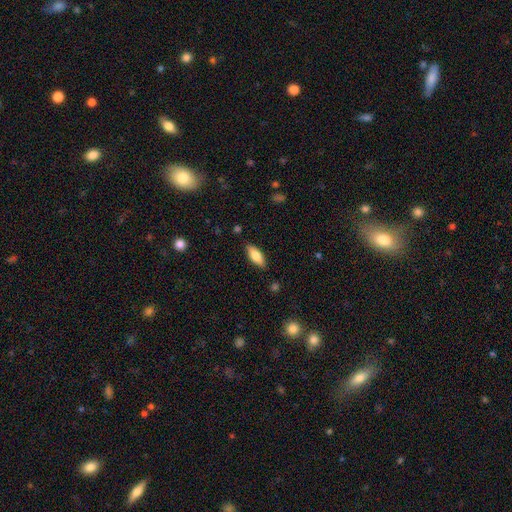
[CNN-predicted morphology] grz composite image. It shows a smooth galaxy with no disk features (76%) that is in between round and cigar-shaped (74%). Merging: none (86%).